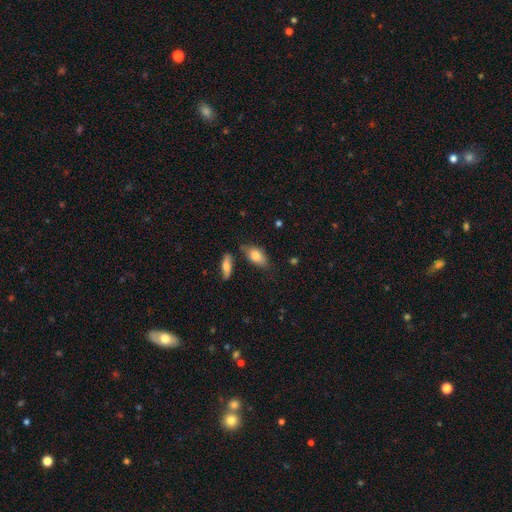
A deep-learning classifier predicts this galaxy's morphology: This is likely a smooth galaxy (78%). How rounded: clearly in between (87%). Merging: likely none (66%).